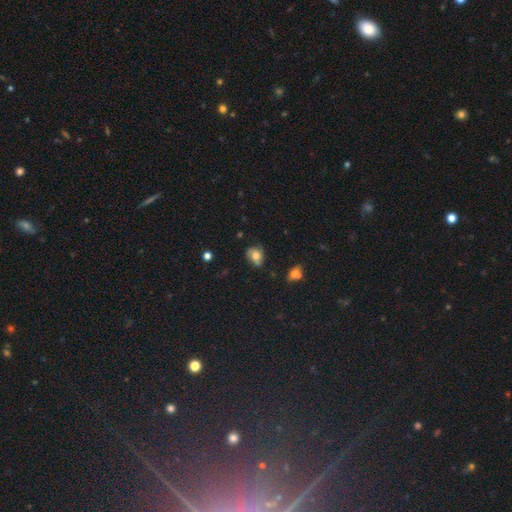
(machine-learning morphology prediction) Smooth or featured? Predicted: smooth (p=0.69). How rounded? Predicted: in between (p=0.60). Merging? Predicted: none (p=0.55).